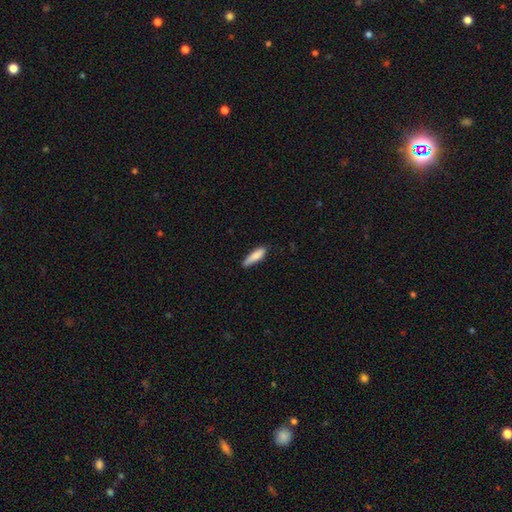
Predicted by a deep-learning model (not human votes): This is clearly a smooth galaxy (85%). How rounded: likely cigar-shaped (65%). Merging: likely none (70%).